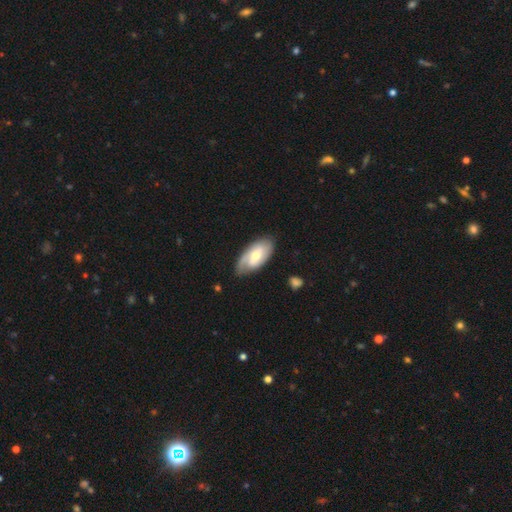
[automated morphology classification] Smooth or featured: featured or disk — 59% (smooth — 36%)
Edge-on disk: no — 91% (yes — 9%)
Bar: no — 43% (weak — 42%)
Spiral arms: yes — 81% (no — 19%)
Bulge size: moderate — 62% (small — 31%)
Merging: none — 73% (minor disturbance — 20%)